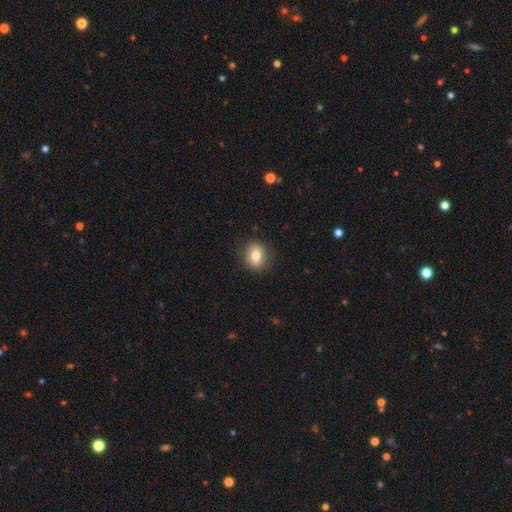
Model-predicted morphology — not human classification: A smooth galaxy with no disk features (77%) that is round (51%).

Vote fractions:
- Smooth or featured? smooth: 77% / featured or disk: 14% / star or artifact: 9%
- How rounded? round: 51% / in between: 48% / cigar-shaped: 2%
- Merging? none: 85% / minor disturbance: 11% / major disturbance: 3% / merger: 1%